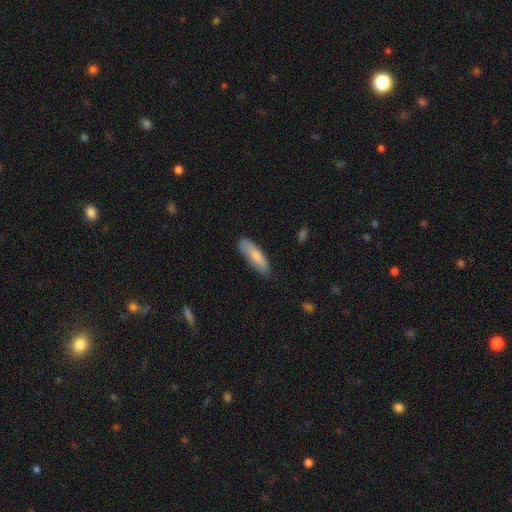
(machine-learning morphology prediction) Smooth or featured? Predicted: smooth (p=0.77). How rounded? Predicted: in between (p=0.51). Merging? Predicted: none (p=0.73).